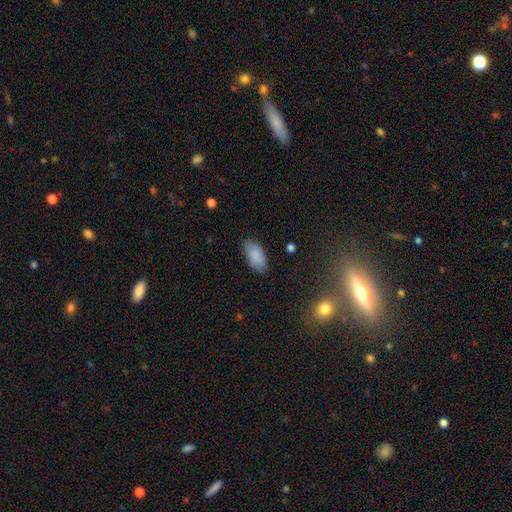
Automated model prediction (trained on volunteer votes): Smooth or featured? smooth (87%)
How rounded? in between (94%)
Merging? none (82%)